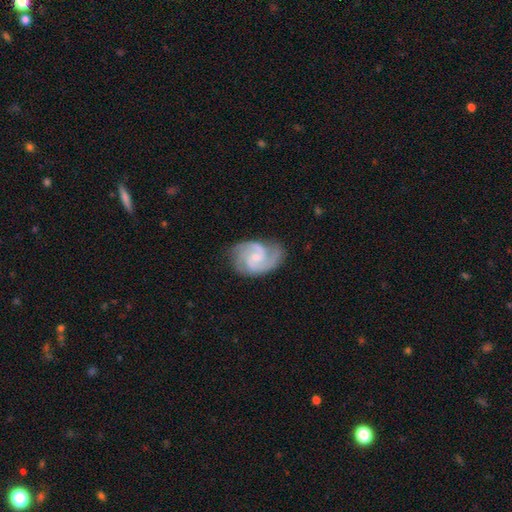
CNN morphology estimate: Q: Smooth or featured?
A: featured or disk (89%); runner-up: smooth (7%)
Q: Edge-on disk?
A: no (98%); runner-up: yes (2%)
Q: Bar?
A: no (52%); runner-up: weak (41%)
Q: Spiral arms?
A: yes (98%); runner-up: no (2%)
Q: Spiral winding?
A: medium (53%); runner-up: tight (37%)
Q: Spiral arm count?
A: 2 (62%); runner-up: 3 (25%)
Q: Bulge size?
A: small (62%); runner-up: moderate (32%)
Q: Merging?
A: none (74%); runner-up: minor disturbance (18%)